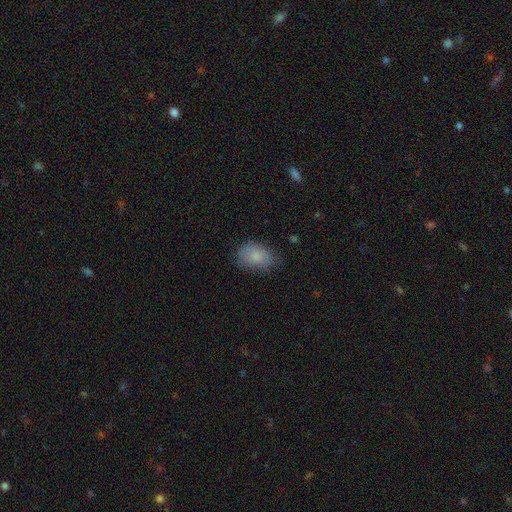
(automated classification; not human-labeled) Overall: smooth (83%). How rounded: in between (81%). Merging: none (68%).